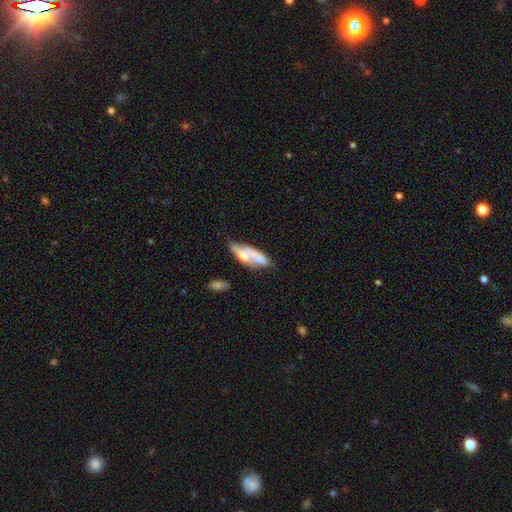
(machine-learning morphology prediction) The model was most divided on "merging" (2-way tie): none: 32%, merger: 32%, minor disturbance: 22%, major disturbance: 15%. More confident: how rounded — in between (62%); smooth or featured — smooth (53%).